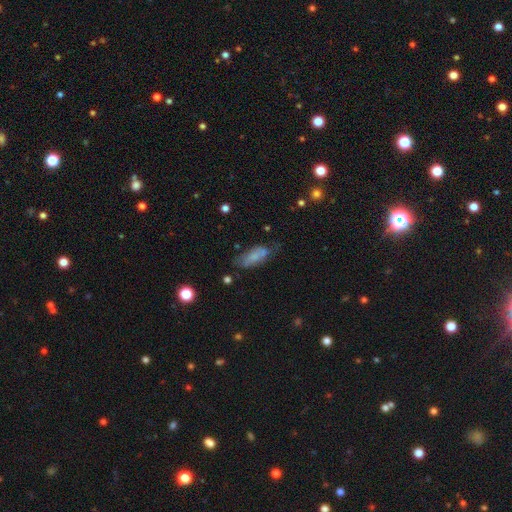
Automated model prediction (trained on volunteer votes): smooth-or-featured: smooth: 67% | featured or disk: 23% | star or artifact: 10%
  how-rounded: in between: 72% | cigar-shaped: 25% | round: 3%
  merging: none: 54% | minor disturbance: 28% | major disturbance: 12% | merger: 5%